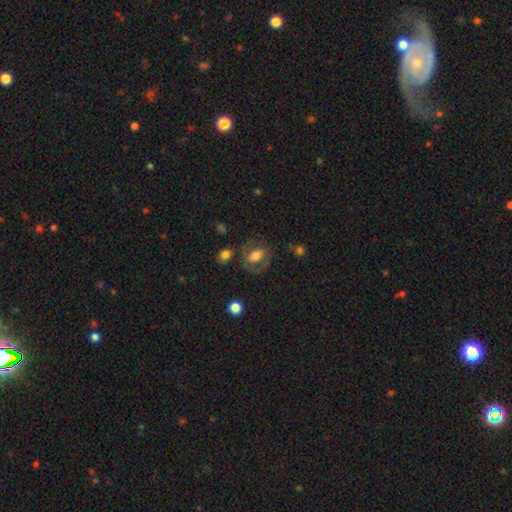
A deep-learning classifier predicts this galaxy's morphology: Smooth or featured: smooth — 50% (featured or disk — 42%)
How rounded: in between — 53% (round — 45%)
Merging: none — 67% (minor disturbance — 17%)